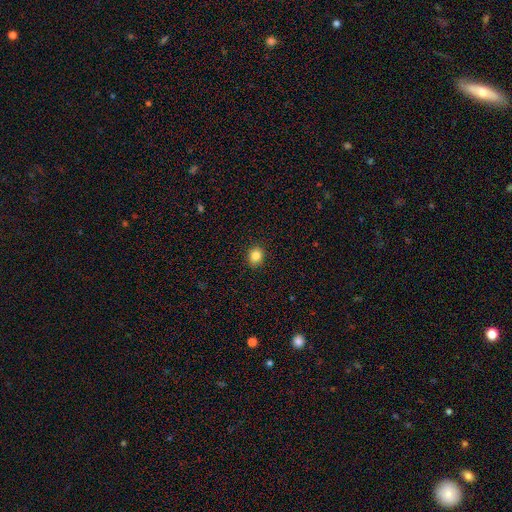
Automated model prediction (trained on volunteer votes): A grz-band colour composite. It shows a smooth galaxy with no disk features (84%) that is round (70%). Merging: none (91%).